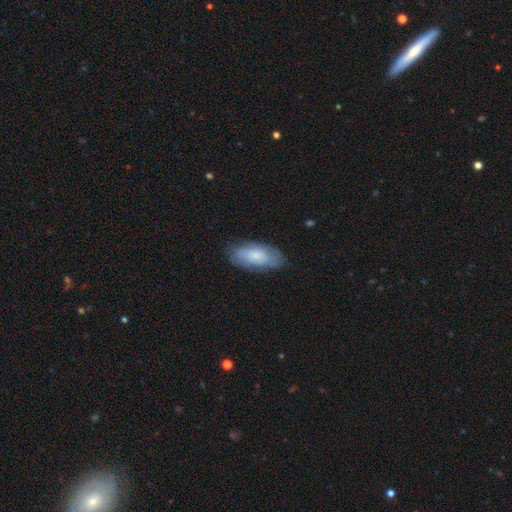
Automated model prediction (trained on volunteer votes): Smooth or featured? smooth (64%)
How rounded? in between (88%)
Merging? none (75%)